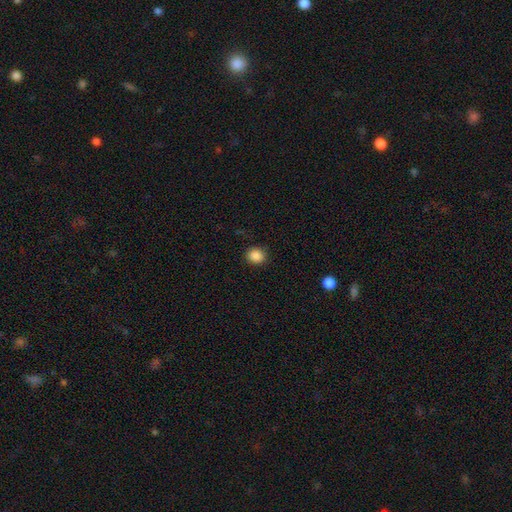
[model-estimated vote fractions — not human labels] A smooth galaxy with no disk features (88%) that is round (77%). Merging: none (89%).